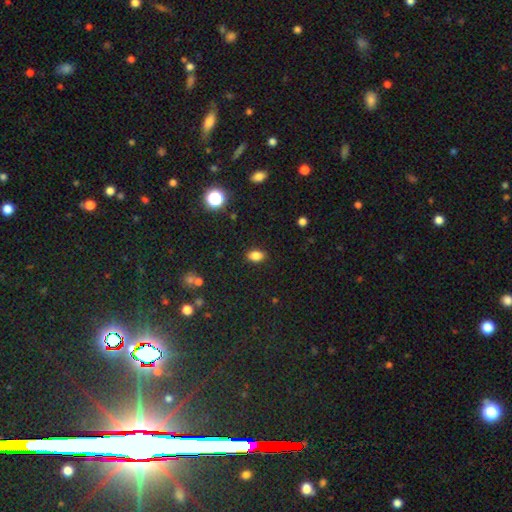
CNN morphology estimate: type=smooth (83%); roundness=in between (83%); merging=none (87%).